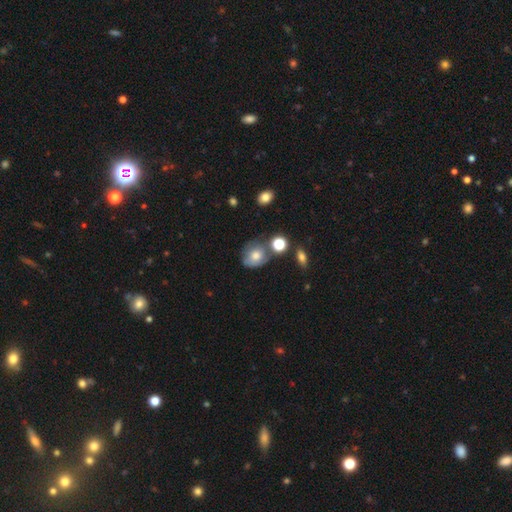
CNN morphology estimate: This is likely a smooth galaxy (64%). How rounded: possibly round (60%). Merging: possibly none (46%).